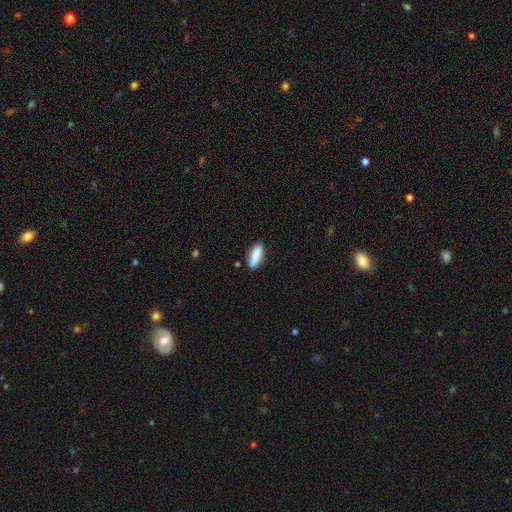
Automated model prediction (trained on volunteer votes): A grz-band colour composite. It shows a smooth galaxy with no disk features (86%) that is in between round and cigar-shaped (51%). Merging: none (85%).